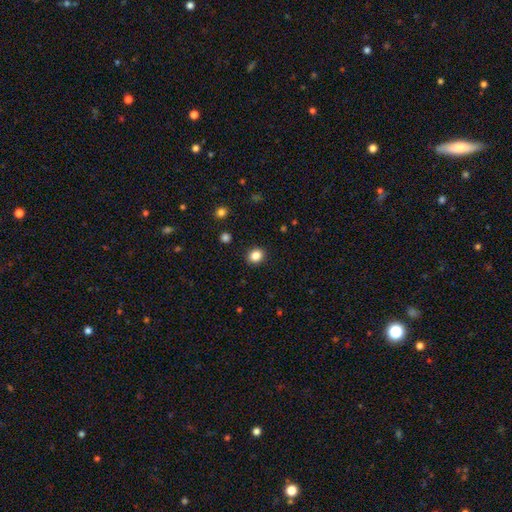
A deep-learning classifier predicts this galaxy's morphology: smooth_or_featured: smooth (p=0.85) [alt: star or artifact p=0.10]
how_rounded: round (p=0.66) [alt: in between p=0.33]
merging: none (p=0.90) [alt: minor disturbance p=0.06]